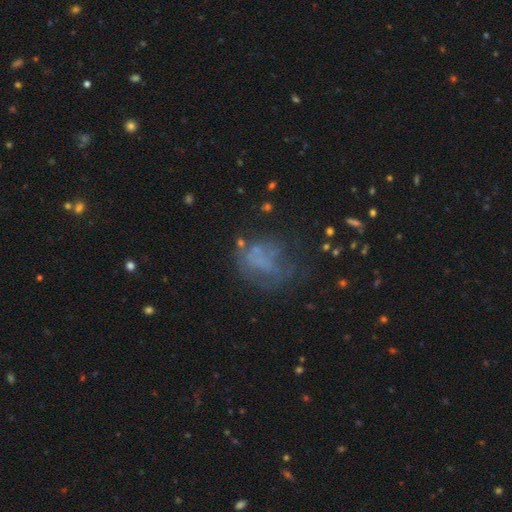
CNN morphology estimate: A featured or disk galaxy (42%). Merging: none (39%).